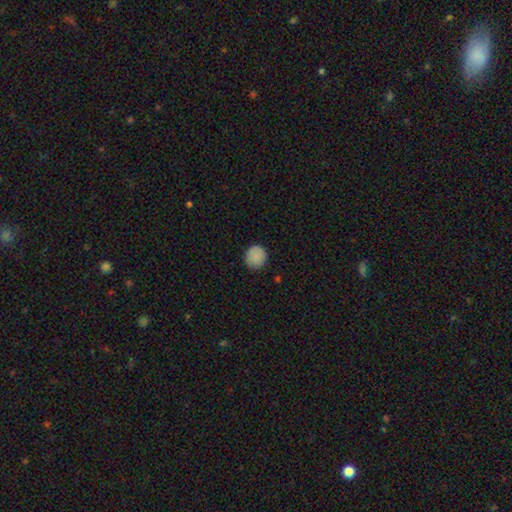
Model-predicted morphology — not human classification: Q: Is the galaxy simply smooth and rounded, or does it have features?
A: smooth — 87%.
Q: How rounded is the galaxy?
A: round — 90%.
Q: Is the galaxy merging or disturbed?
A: none — 88%.